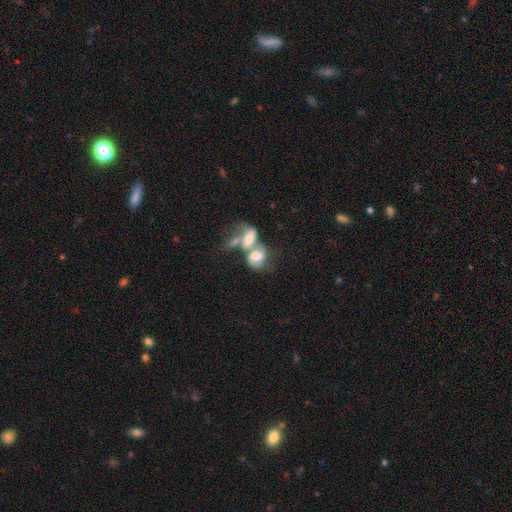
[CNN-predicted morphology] Smooth or featured: smooth — 57% (featured or disk — 34%)
How rounded: in between — 66% (round — 31%)
Merging: merger — 75% (none — 10%)